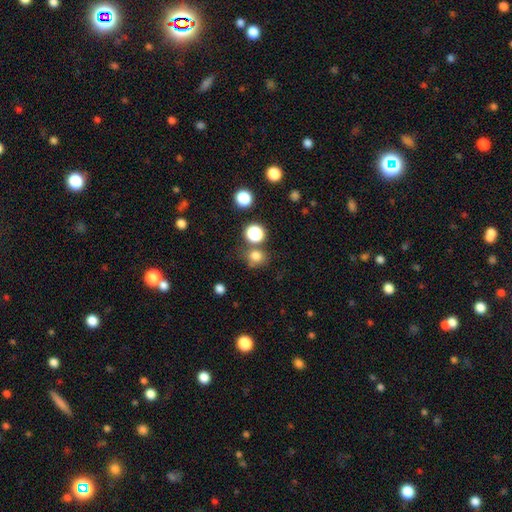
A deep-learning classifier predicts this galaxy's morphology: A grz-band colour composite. It shows a smooth galaxy with no disk features (76%) that is round (81%). Merging: none (69%).